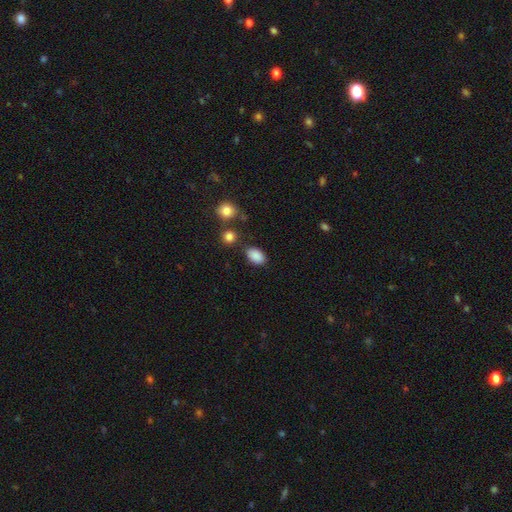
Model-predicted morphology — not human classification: This is clearly a smooth galaxy (88%). How rounded: clearly in between (88%). Merging: clearly none (80%).